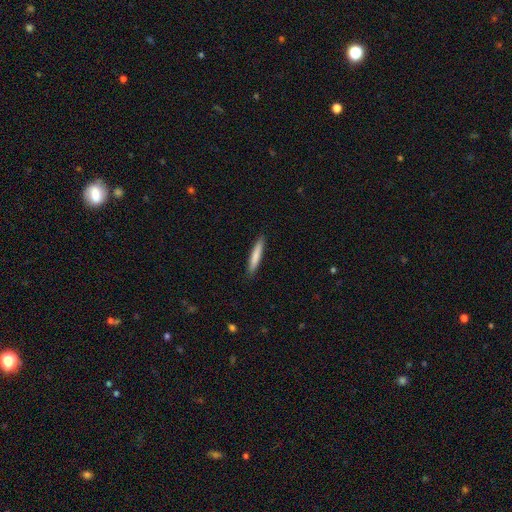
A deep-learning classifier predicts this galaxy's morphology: A smooth galaxy with no disk features (80%) that is cigar-shaped (93%).

Vote fractions:
- Smooth or featured? smooth: 80% / featured or disk: 15% / star or artifact: 5%
- How rounded? cigar-shaped: 93% / in between: 6% / round: 1%
- Merging? none: 91% / minor disturbance: 7% / major disturbance: 1% / merger: 1%